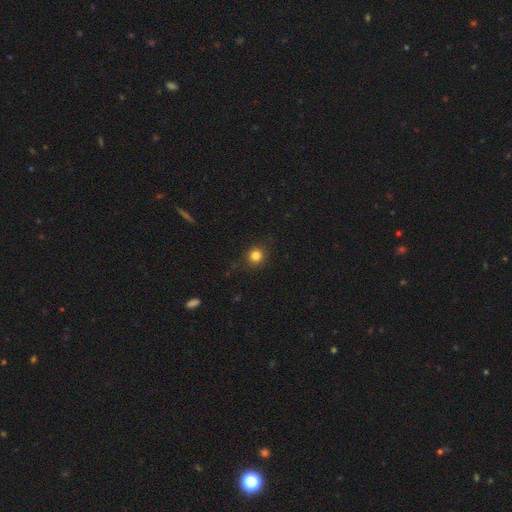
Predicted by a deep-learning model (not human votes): Overall: smooth (82%). How rounded: round (87%). Merging: none (87%).